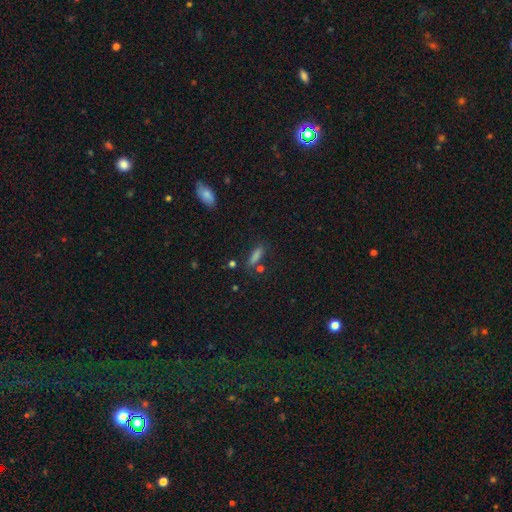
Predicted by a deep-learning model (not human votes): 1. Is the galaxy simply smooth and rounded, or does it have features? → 74% smooth, 16% star or artifact, 10% featured or disk.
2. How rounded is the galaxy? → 58% cigar-shaped, 38% in between, 4% round.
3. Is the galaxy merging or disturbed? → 73% none, 16% minor disturbance, 7% merger, 5% major disturbance.